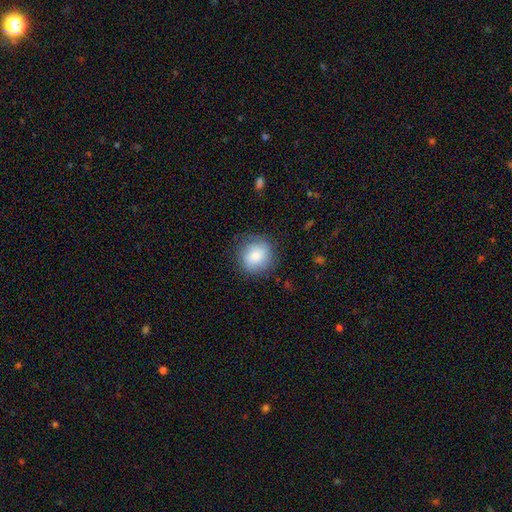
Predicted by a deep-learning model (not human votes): Overall: smooth (81%). How rounded: round (88%). Merging: none (81%).